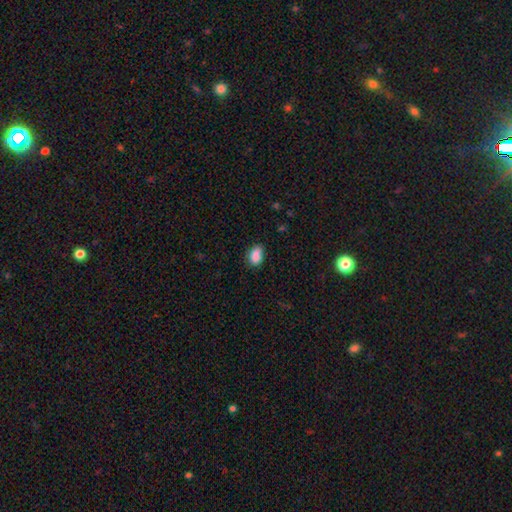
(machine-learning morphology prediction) A smooth galaxy with no disk features (88%) that is in between round and cigar-shaped (86%).

Vote fractions:
- Smooth or featured? smooth: 88% / star or artifact: 9% / featured or disk: 4%
- How rounded? in between: 86% / round: 12% / cigar-shaped: 2%
- Merging? none: 75% / minor disturbance: 20% / major disturbance: 4% / merger: 2%